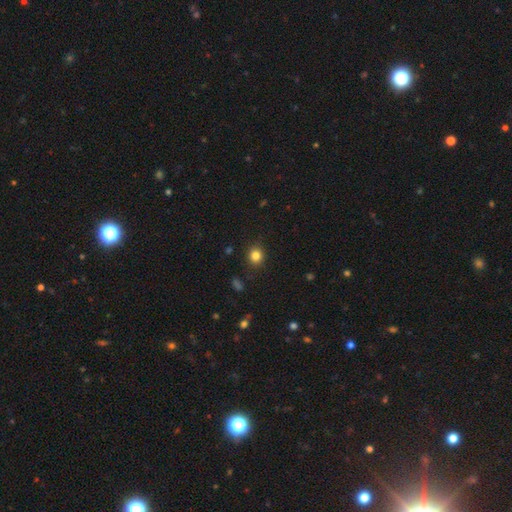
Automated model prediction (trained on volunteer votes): The model was most divided on "how rounded": round: 83%, in between: 16%, cigar-shaped: 1%. More confident: merging — none (88%); smooth or featured — smooth (83%).